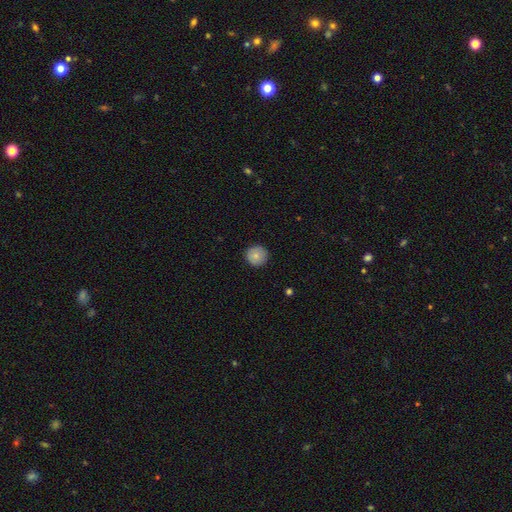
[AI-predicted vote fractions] Smooth or featured: smooth — 81% (featured or disk — 11%)
How rounded: round — 95% (in between — 4%)
Merging: none — 91% (minor disturbance — 7%)